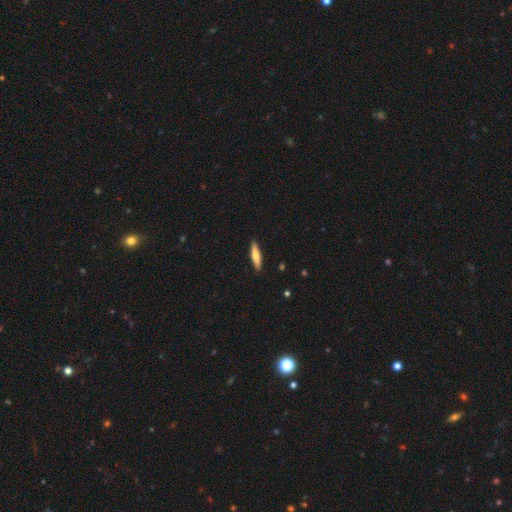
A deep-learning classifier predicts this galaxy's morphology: A smooth galaxy with no disk features (61%) that is cigar-shaped (82%).

Vote fractions:
- Smooth or featured? smooth: 61% / featured or disk: 33% / star or artifact: 6%
- How rounded? cigar-shaped: 82% / in between: 16% / round: 2%
- Merging? none: 91% / minor disturbance: 7% / major disturbance: 1% / merger: 1%